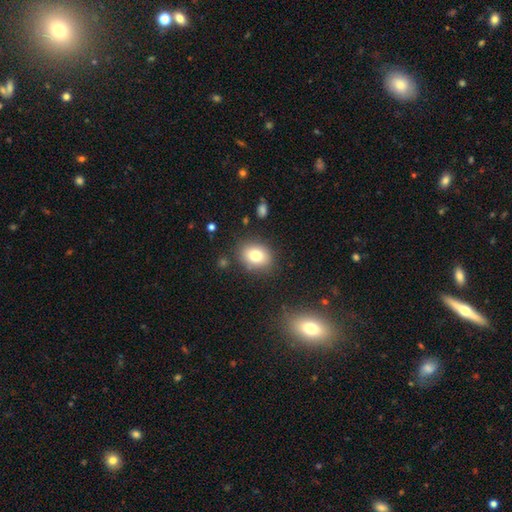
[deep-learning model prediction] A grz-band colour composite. It shows a smooth galaxy with no disk features (78%) that is round (50%). Merging: none (84%).